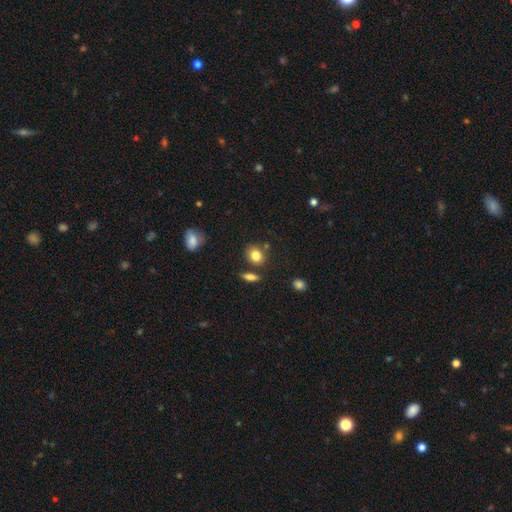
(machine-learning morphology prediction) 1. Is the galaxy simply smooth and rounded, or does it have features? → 82% smooth, 10% star or artifact, 8% featured or disk.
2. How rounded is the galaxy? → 54% round, 45% in between, 2% cigar-shaped.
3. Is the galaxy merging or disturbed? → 74% none, 12% minor disturbance, 10% merger, 3% major disturbance.